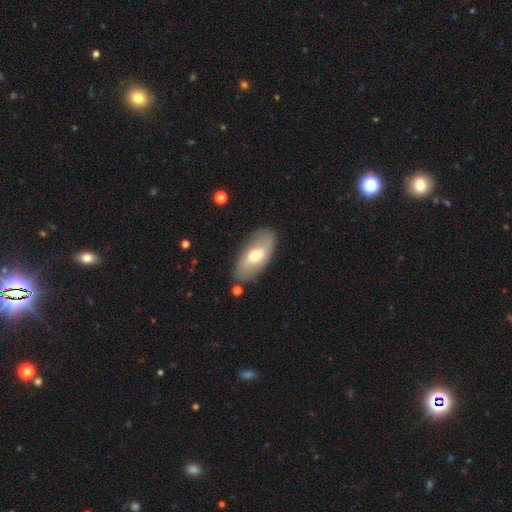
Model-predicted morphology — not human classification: This appears to be a smooth galaxy with no disk features (52%) that is in between round and cigar-shaped (90%). Merging: none (80%).